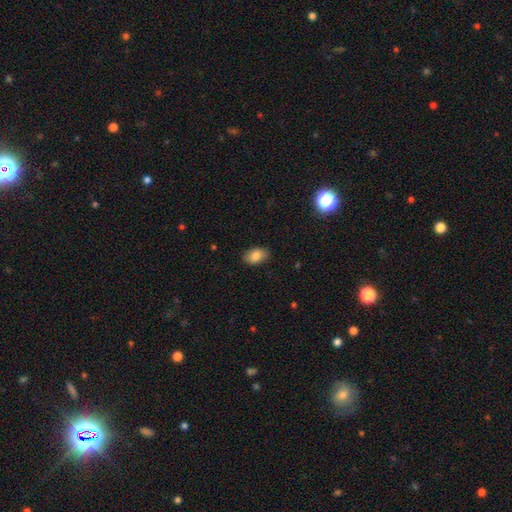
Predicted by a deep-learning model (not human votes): The model was most divided on "merging": none: 86%, minor disturbance: 11%, major disturbance: 2%, merger: 1%. More confident: how rounded — in between (88%); smooth or featured — smooth (85%).